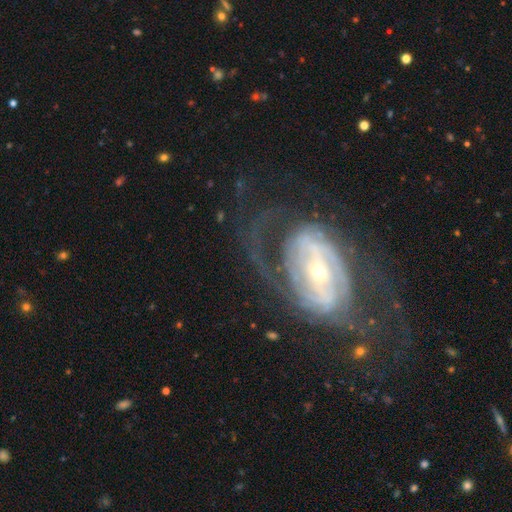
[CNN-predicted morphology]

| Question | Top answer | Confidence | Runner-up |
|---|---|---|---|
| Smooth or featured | featured or disk | 85% | smooth (8%) |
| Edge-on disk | no | 94% | yes (6%) |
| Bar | strong | 43% | weak (31%) |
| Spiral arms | yes | 84% | no (16%) |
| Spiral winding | medium | 40% | tight (36%) |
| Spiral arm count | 2 | 66% | can't tell (19%) |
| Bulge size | small | 62% | moderate (33%) |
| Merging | none | 58% | major disturbance (26%) |